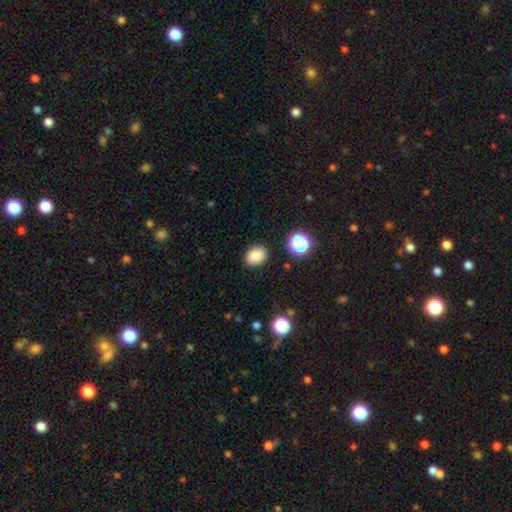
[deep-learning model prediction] smooth 85%, star or artifact 11%, featured or disk 4%. Down the decision tree: how rounded — in between (61%); merging — none (88%).